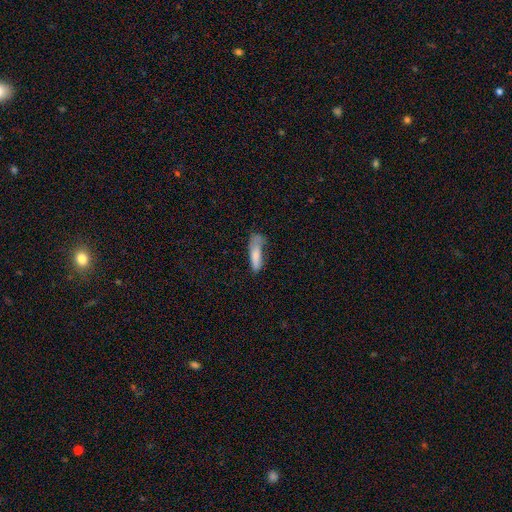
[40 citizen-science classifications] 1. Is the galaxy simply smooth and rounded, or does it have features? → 62% smooth, 30% featured or disk, 8% star or artifact.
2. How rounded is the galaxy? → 52% cigar-shaped, 48% in between, 0% round.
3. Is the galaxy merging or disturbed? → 43% none, 27% minor disturbance, 27% major disturbance, 3% merger.